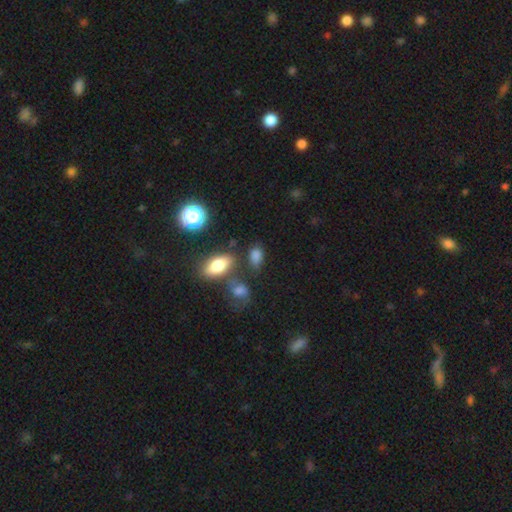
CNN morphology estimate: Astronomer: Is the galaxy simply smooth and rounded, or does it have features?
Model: smooth — 78%.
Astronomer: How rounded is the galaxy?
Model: in between — 83%.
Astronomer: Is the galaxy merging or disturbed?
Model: none — 62%.